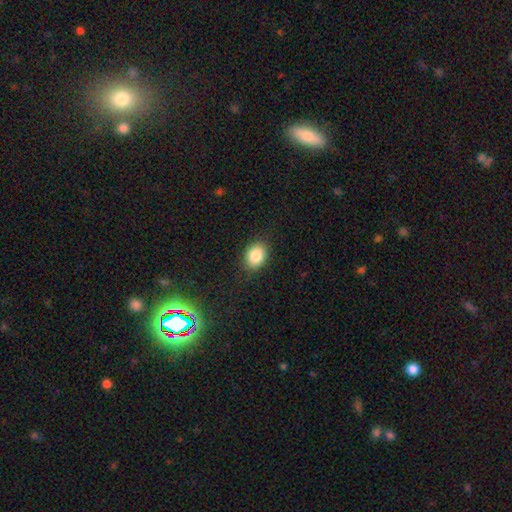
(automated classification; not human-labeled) This appears to be a smooth galaxy with no disk features (85%) that is in between round and cigar-shaped (62%). Merging: none (86%).